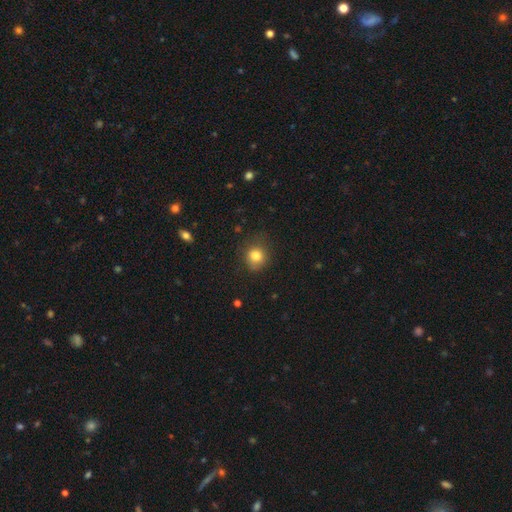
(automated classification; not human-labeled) Smooth or featured? smooth (81%)
How rounded? round (81%)
Merging? none (74%)